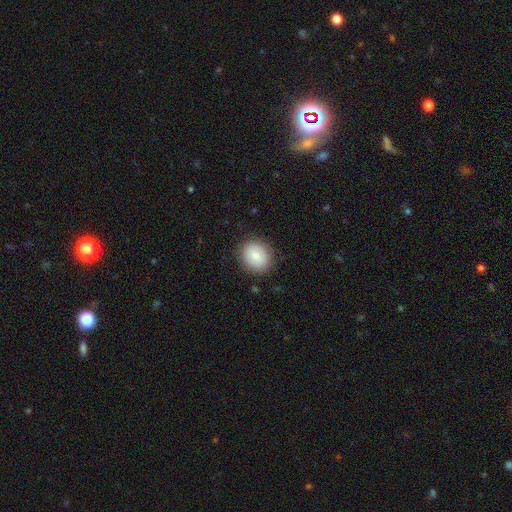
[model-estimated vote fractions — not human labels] smooth-or-featured: smooth: 81% | featured or disk: 11% | star or artifact: 8%
  how-rounded: round: 72% | in between: 27% | cigar-shaped: 1%
  merging: none: 87% | minor disturbance: 9% | major disturbance: 3% | merger: 1%